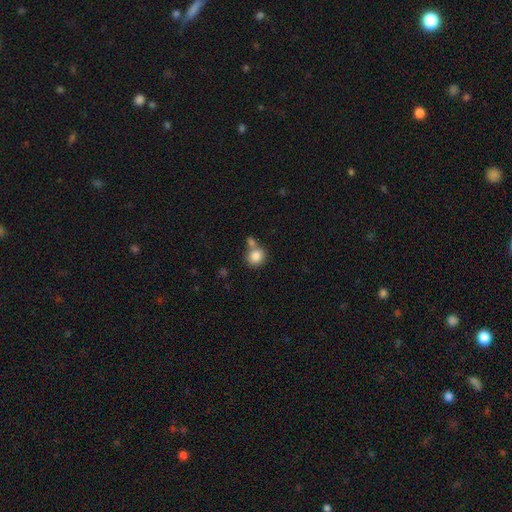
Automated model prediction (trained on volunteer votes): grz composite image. It shows a smooth galaxy with no disk features (84%) that is round (78%). Merging: none (53%).